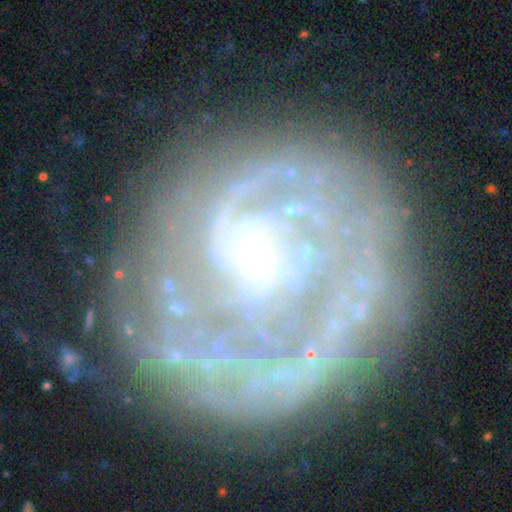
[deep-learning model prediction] A featured or disk galaxy (77%) with no bar (55%), tight (58%) spiral arms (79%) and a small central bulge (69%). Merging: none (65%).